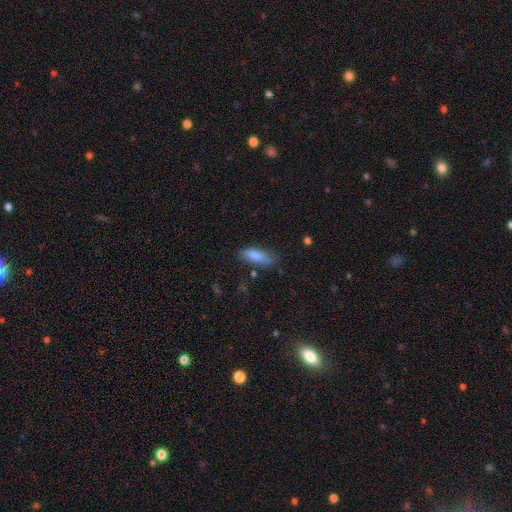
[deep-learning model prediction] Morphology: type=smooth (86%); roundness=in between (69%); merging=none (69%).